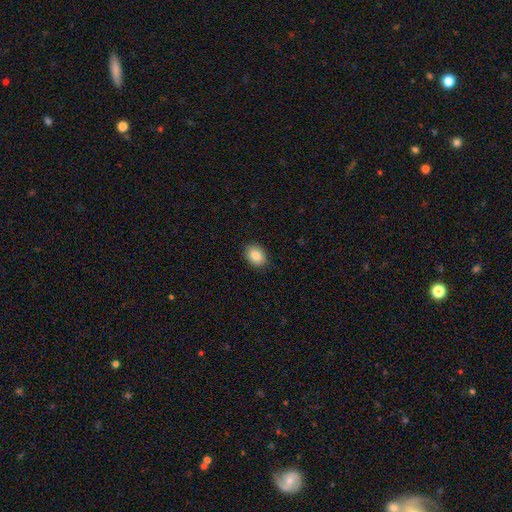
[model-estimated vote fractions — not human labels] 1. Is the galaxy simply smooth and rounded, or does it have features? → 85% smooth, 8% star or artifact, 7% featured or disk.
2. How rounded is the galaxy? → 70% in between, 29% round, 1% cigar-shaped.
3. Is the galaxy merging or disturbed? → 89% none, 8% minor disturbance, 2% major disturbance, 1% merger.